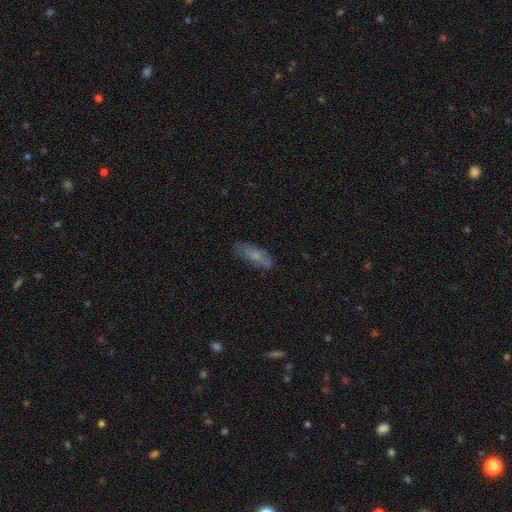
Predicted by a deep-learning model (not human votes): The model was most divided on "how rounded": in between: 55%, cigar-shaped: 42%, round: 2%. More confident: merging — none (69%); smooth or featured — smooth (65%).